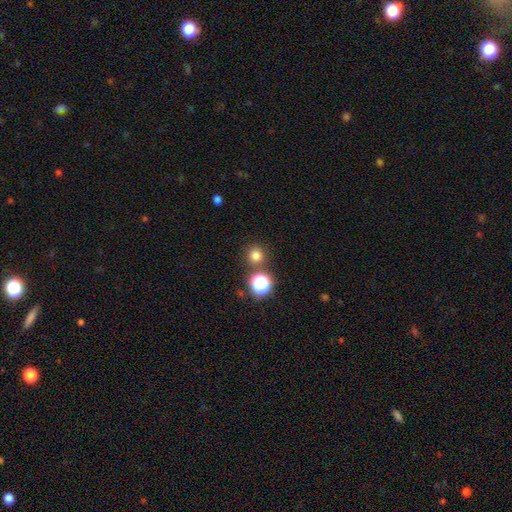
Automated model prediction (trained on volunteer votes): This appears to be a smooth galaxy with no disk features (75%) that is round (93%). Merging: none (83%).